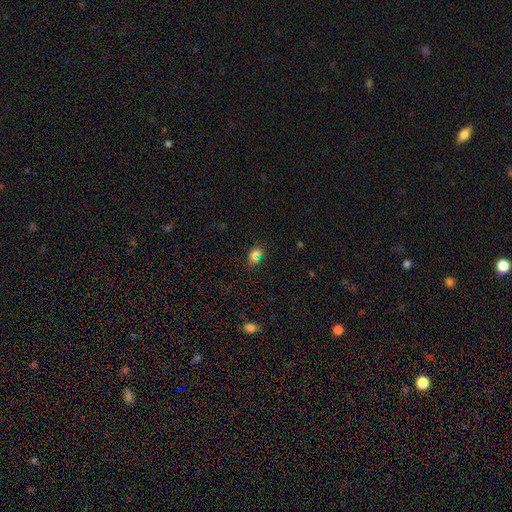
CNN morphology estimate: smooth 60%, star or artifact 32%, featured or disk 8%. Down the decision tree: how rounded — in between (51%); merging — none (72%).